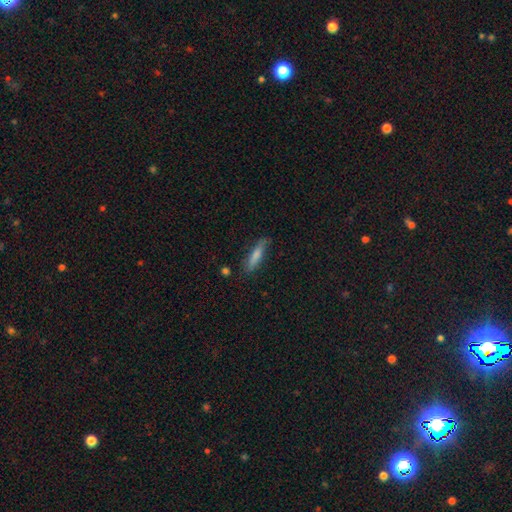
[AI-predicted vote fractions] Q: Smooth or featured?
A: smooth (74%); runner-up: featured or disk (20%)
Q: How rounded?
A: cigar-shaped (78%); runner-up: in between (20%)
Q: Merging?
A: none (77%); runner-up: minor disturbance (17%)